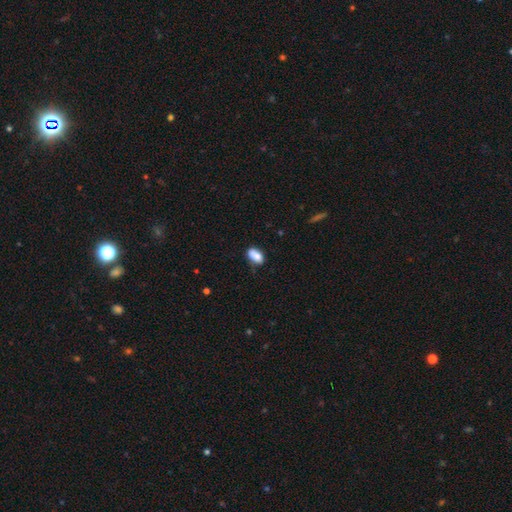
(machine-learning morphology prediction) smooth-or-featured: smooth: 84% | featured or disk: 8% | star or artifact: 8%
  how-rounded: in between: 90% | round: 7% | cigar-shaped: 3%
  merging: none: 66% | minor disturbance: 24% | major disturbance: 5% | merger: 5%